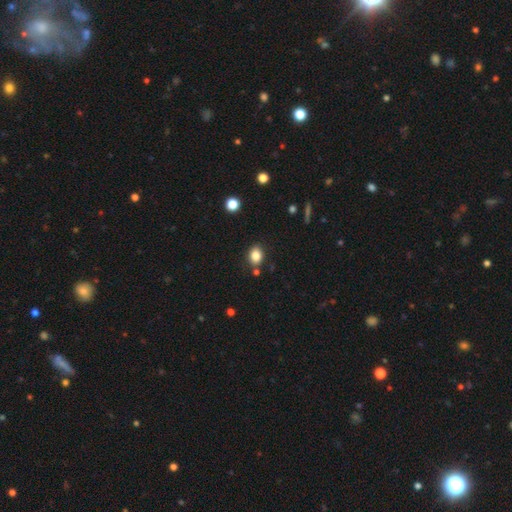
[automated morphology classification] A smooth galaxy with no disk features (84%) that is in between round and cigar-shaped (57%).

Vote fractions:
- Smooth or featured? smooth: 84% / star or artifact: 10% / featured or disk: 6%
- How rounded? in between: 57% / round: 42% / cigar-shaped: 1%
- Merging? none: 80% / minor disturbance: 11% / merger: 5% / major disturbance: 3%